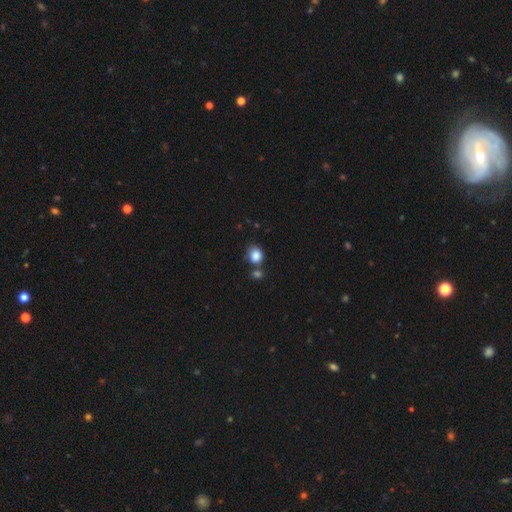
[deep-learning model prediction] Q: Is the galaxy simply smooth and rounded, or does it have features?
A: smooth — 85%.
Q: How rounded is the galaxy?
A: round — 72%.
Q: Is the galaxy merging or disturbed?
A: none — 60%.